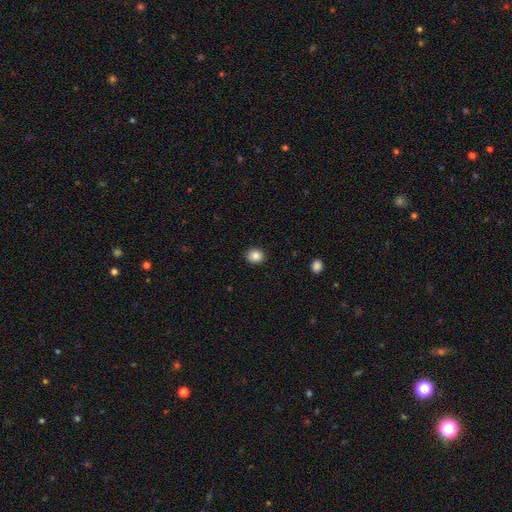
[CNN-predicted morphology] Smooth or featured? Predicted: smooth (p=0.85). How rounded? Predicted: round (p=0.70). Merging? Predicted: none (p=0.89).